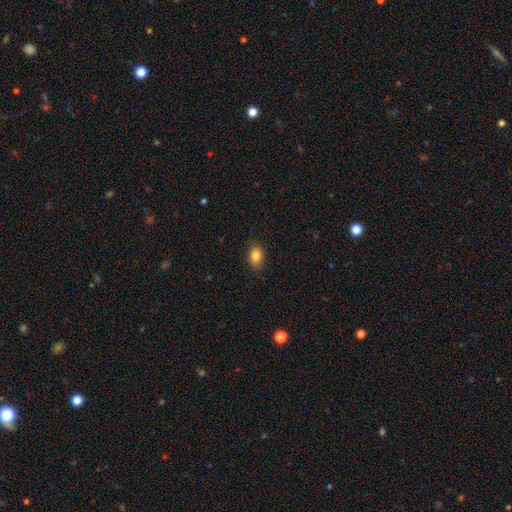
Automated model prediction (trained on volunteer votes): Q: Smooth or featured?
A: smooth (84%); runner-up: star or artifact (9%)
Q: How rounded?
A: in between (84%); runner-up: round (14%)
Q: Merging?
A: none (87%); runner-up: minor disturbance (10%)